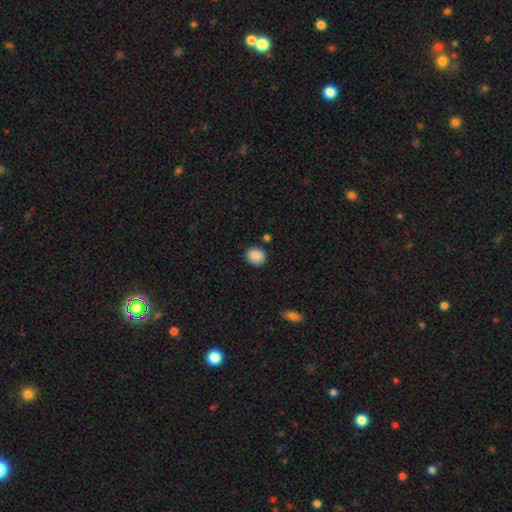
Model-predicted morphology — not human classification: Overall: smooth (89%). How rounded: round (78%). Merging: none (87%).